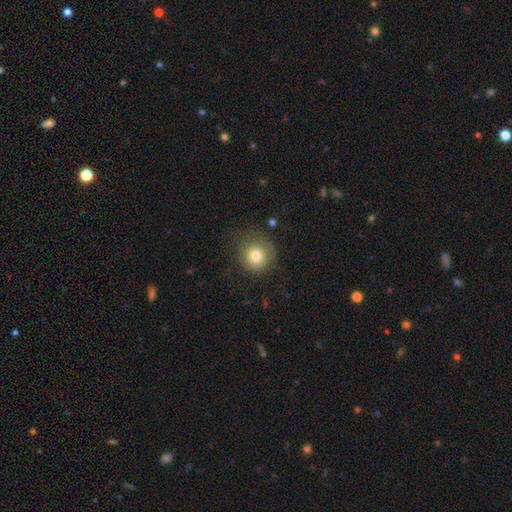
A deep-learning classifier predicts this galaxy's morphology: Smooth or featured? smooth (77%)
How rounded? round (89%)
Merging? none (68%)